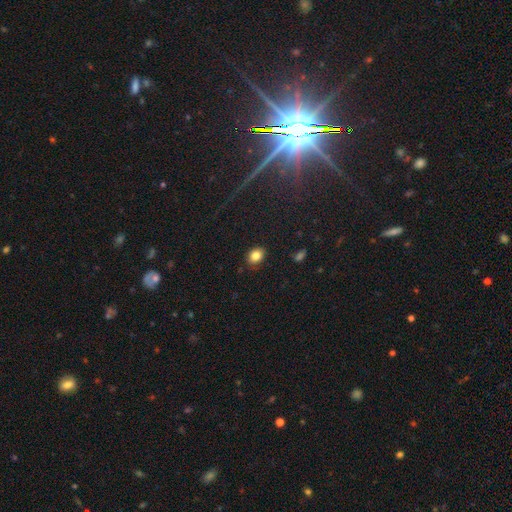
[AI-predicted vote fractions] Overall: smooth (83%). How rounded: in between (56%; round 43%). Merging: none (86%).